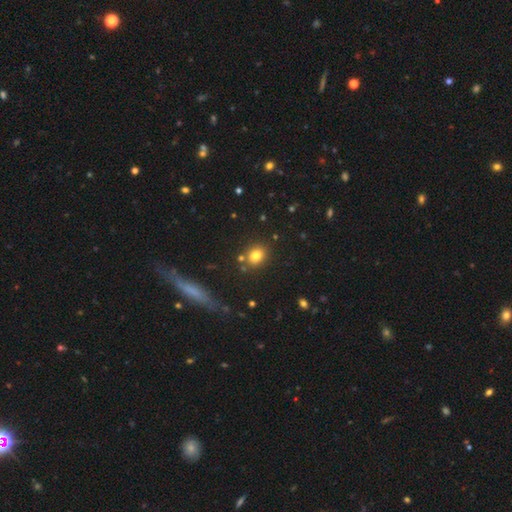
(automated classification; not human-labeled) Q: Smooth or featured?
A: smooth (79%); runner-up: star or artifact (13%)
Q: How rounded?
A: round (61%); runner-up: in between (38%)
Q: Merging?
A: none (81%); runner-up: minor disturbance (10%)